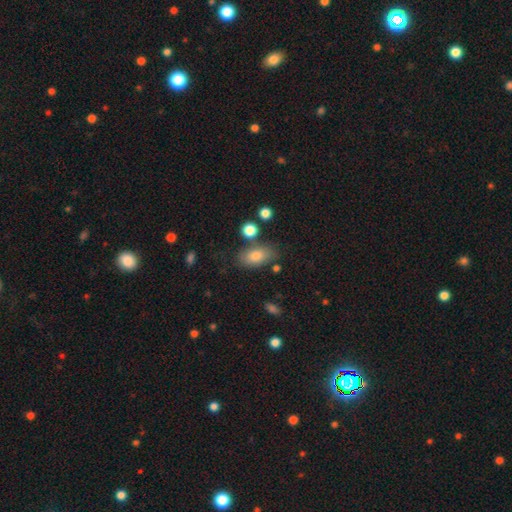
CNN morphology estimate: This appears to be a smooth galaxy with no disk features (78%) that is in between round and cigar-shaped (88%). Merging: none (74%).